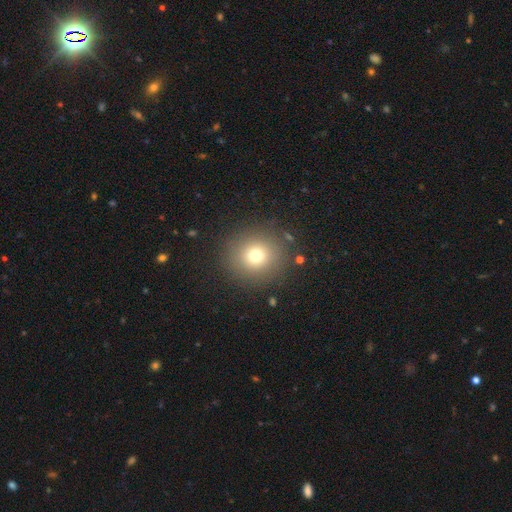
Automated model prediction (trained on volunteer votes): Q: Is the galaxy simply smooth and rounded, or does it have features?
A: smooth — 73%.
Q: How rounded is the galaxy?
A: round — 92%.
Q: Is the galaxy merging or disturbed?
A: none — 88%.